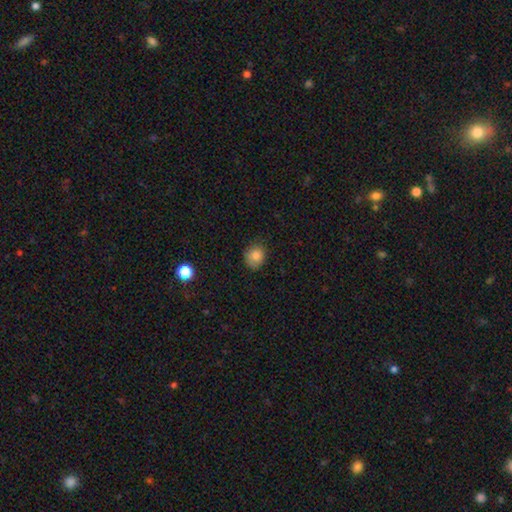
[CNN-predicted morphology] type=smooth (83%); roundness=round (76%); merging=none (77%).